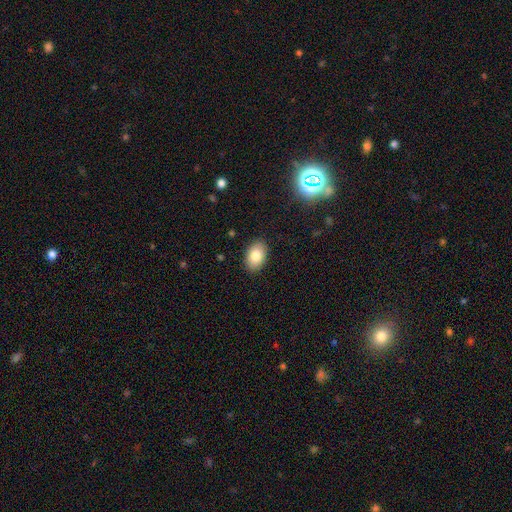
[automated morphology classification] smooth_or_featured: smooth (p=0.82) [alt: featured or disk p=0.10]
how_rounded: in between (p=0.88) [alt: round p=0.11]
merging: none (p=0.89) [alt: minor disturbance p=0.08]